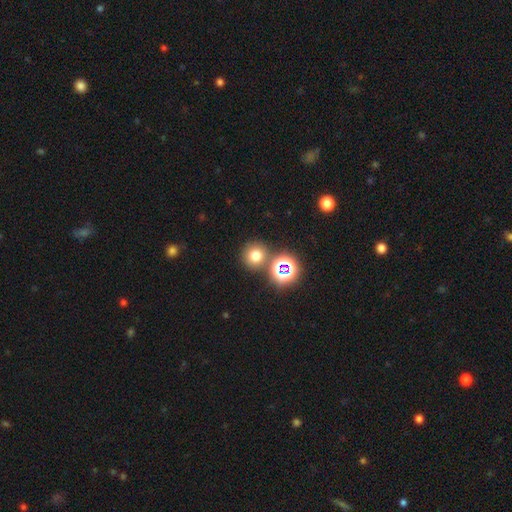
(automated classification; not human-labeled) smooth-or-featured: smooth: 68% | star or artifact: 24% | featured or disk: 8%
  how-rounded: round: 91% | in between: 8% | cigar-shaped: 1%
  merging: none: 76% | merger: 13% | minor disturbance: 7% | major disturbance: 3%